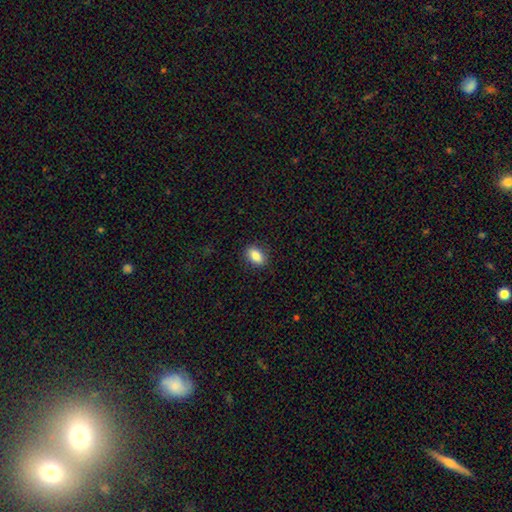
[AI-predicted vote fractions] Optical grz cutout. It shows a smooth galaxy with no disk features (87%) that is in between round and cigar-shaped (87%). Merging: none (87%).